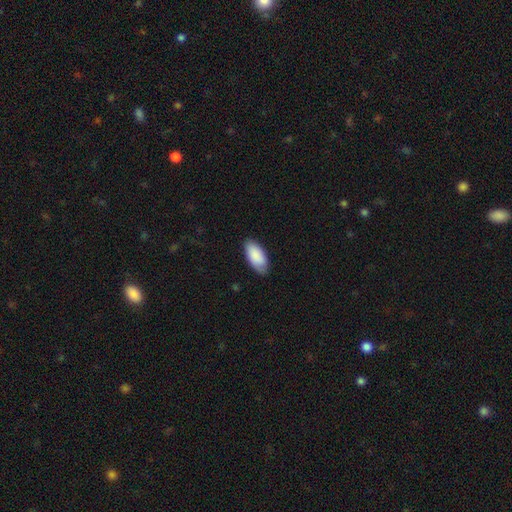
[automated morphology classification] type=smooth (87%); roundness=in between (93%); merging=none (81%).